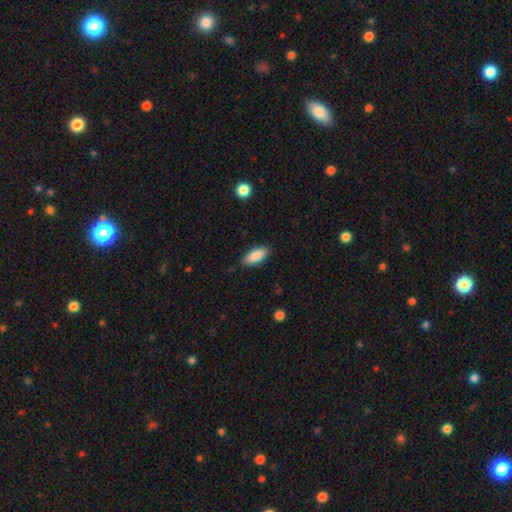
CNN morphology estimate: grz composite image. It shows a smooth galaxy with no disk features (89%) that is in between round and cigar-shaped (87%). Merging: none (85%).